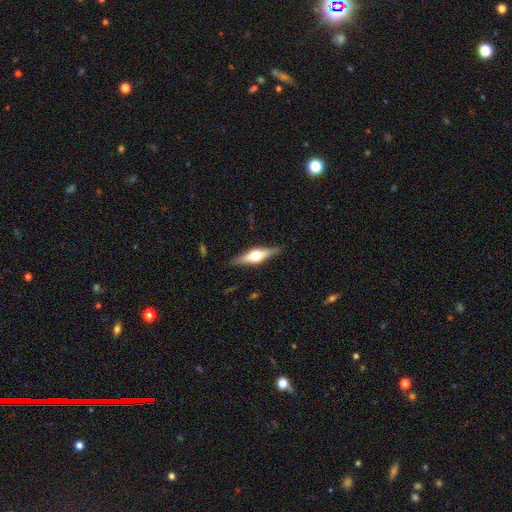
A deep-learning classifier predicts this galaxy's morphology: type=featured or disk (71%); edge-on=yes (97%); edge-on bulge=rounded (93%); merging=none (88%).